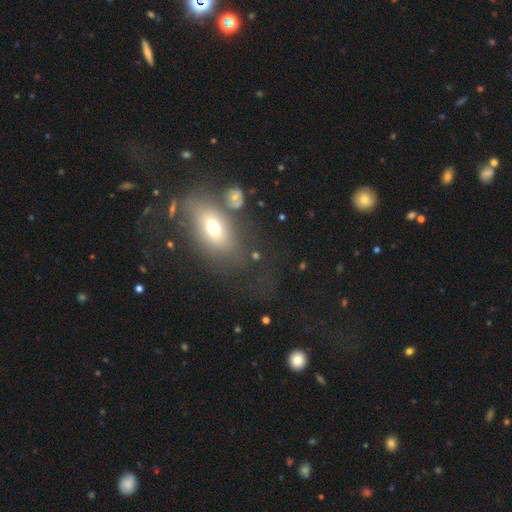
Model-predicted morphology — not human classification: Smooth or featured? Predicted: smooth (p=0.59). How rounded? Predicted: in between (p=0.67). Merging? Predicted: none (p=0.52).